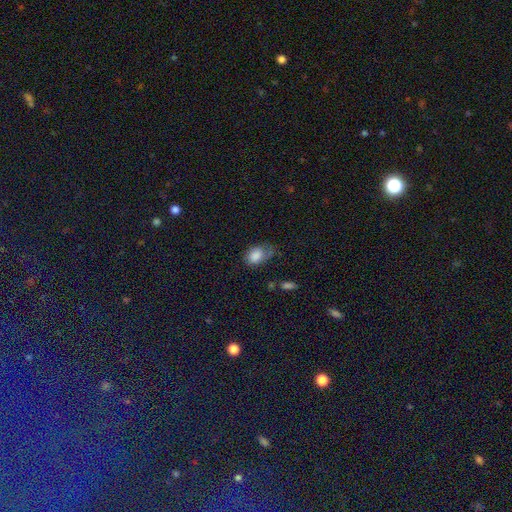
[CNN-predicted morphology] type=smooth (82%); roundness=in between (79%); merging=none (40%).